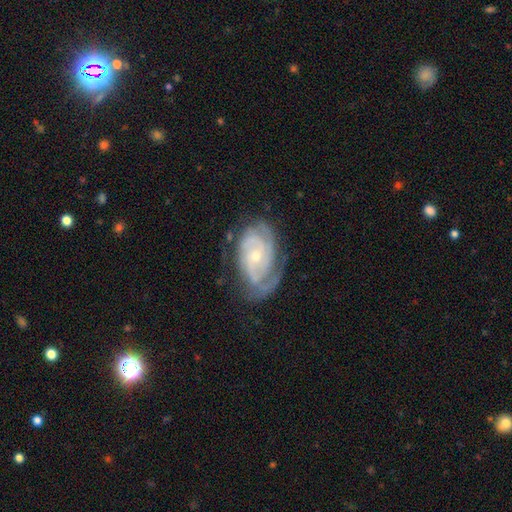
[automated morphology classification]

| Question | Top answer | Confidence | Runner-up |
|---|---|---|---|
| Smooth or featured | featured or disk | 88% | smooth (7%) |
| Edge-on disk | no | 96% | yes (4%) |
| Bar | no | 67% | weak (26%) |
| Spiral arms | yes | 97% | no (3%) |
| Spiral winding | tight | 65% | medium (29%) |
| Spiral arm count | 2 | 38% | 3 (25%) |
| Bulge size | small | 59% | moderate (38%) |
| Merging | none | 66% | minor disturbance (23%) |